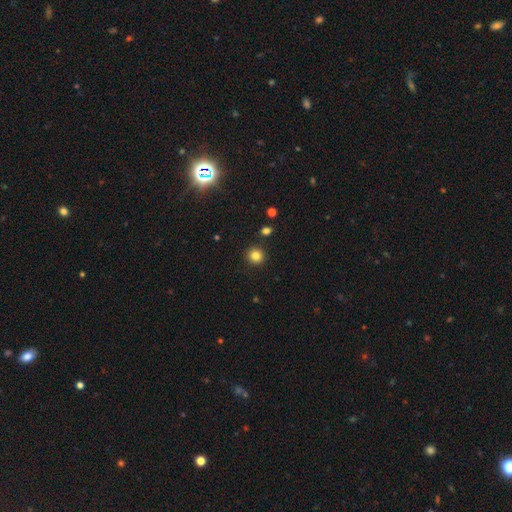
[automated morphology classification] This is clearly a smooth galaxy (83%). How rounded: clearly round (93%). Merging: clearly none (90%).